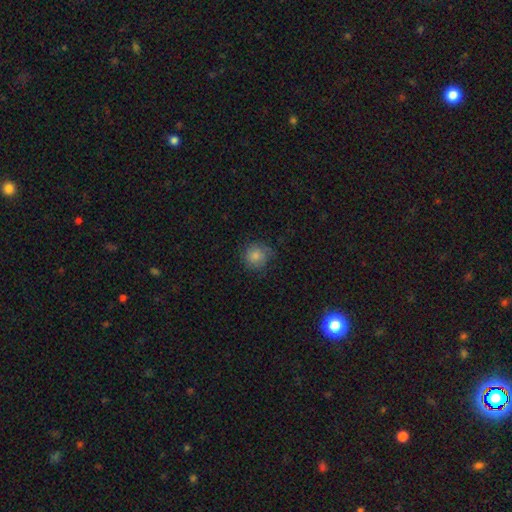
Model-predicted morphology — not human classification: smooth 79%, featured or disk 12%, star or artifact 9%. Down the decision tree: how rounded — round (89%); merging — none (71%).